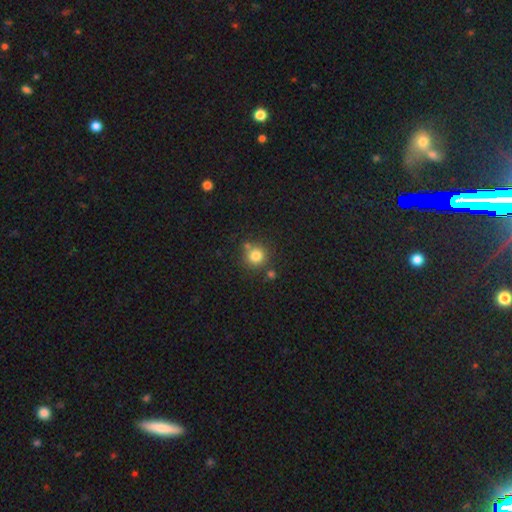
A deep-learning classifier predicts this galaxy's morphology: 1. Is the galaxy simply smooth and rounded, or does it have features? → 81% smooth, 12% star or artifact, 7% featured or disk.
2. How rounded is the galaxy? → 92% round, 8% in between, 1% cigar-shaped.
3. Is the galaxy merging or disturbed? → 73% none, 14% merger, 10% minor disturbance, 3% major disturbance.